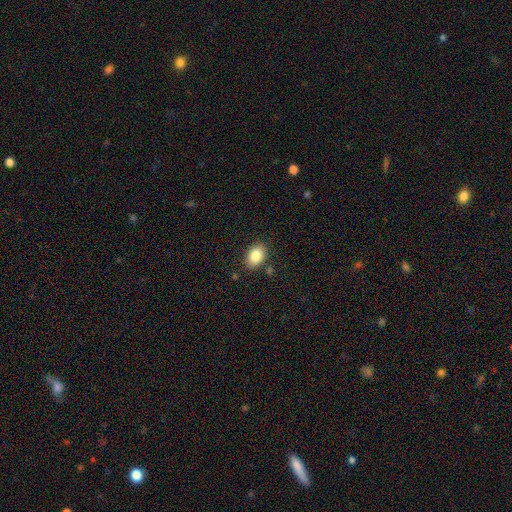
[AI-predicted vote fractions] This appears to be a smooth galaxy with no disk features (85%) that is in between round and cigar-shaped (82%). Merging: none (84%).